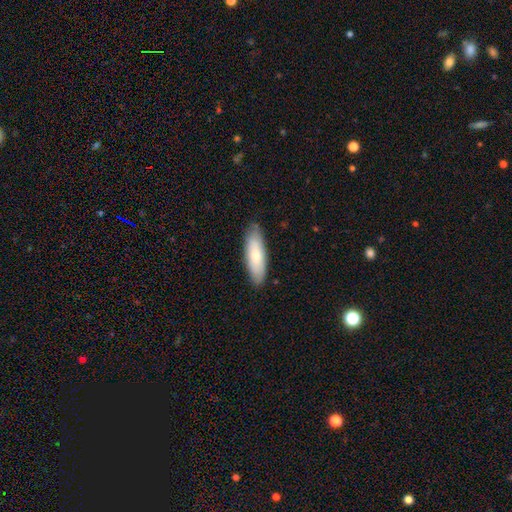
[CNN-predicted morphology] smooth_or_featured: smooth (p=0.76) [alt: featured or disk p=0.19]
how_rounded: in between (p=0.54) [alt: cigar-shaped p=0.45]
merging: none (p=0.84) [alt: minor disturbance p=0.13]